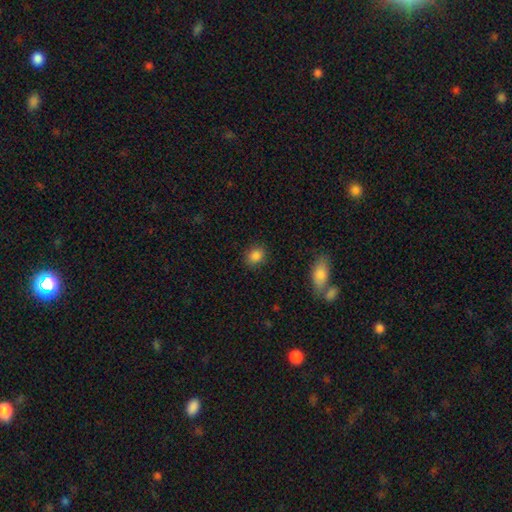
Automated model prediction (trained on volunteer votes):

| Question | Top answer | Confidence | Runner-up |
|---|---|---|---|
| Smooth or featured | smooth | 85% | star or artifact (11%) |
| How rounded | in between | 51% | round (48%) |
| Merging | none | 87% | minor disturbance (9%) |